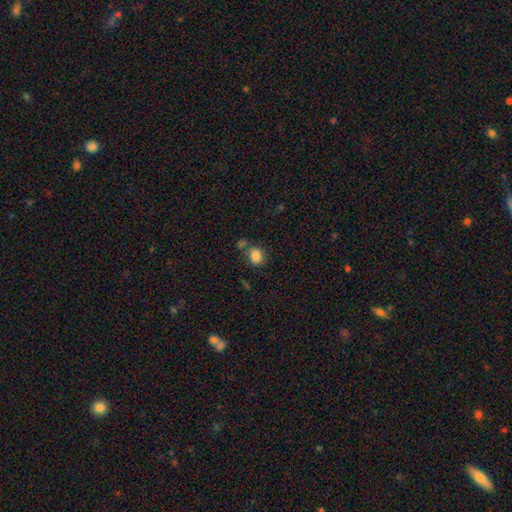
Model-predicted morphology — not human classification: Smooth or featured?
  - smooth: 84% *
  - star or artifact: 10%
  - featured or disk: 6%
How rounded?
  - round: 51% *
  - in between: 48%
  - cigar-shaped: 1%
Merging?
  - none: 64% *
  - minor disturbance: 15%
  - merger: 15%
  - major disturbance: 6%